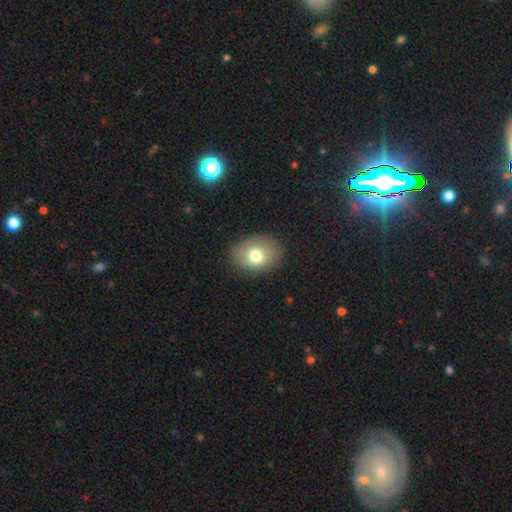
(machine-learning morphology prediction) Smooth or featured: smooth — 75% (featured or disk — 16%)
How rounded: in between — 63% (round — 36%)
Merging: none — 82% (minor disturbance — 13%)